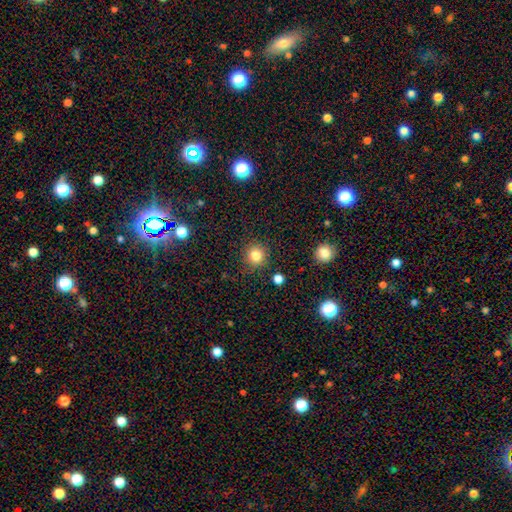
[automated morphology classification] This appears to be a smooth galaxy with no disk features (82%) that is round (92%). Merging: none (86%).